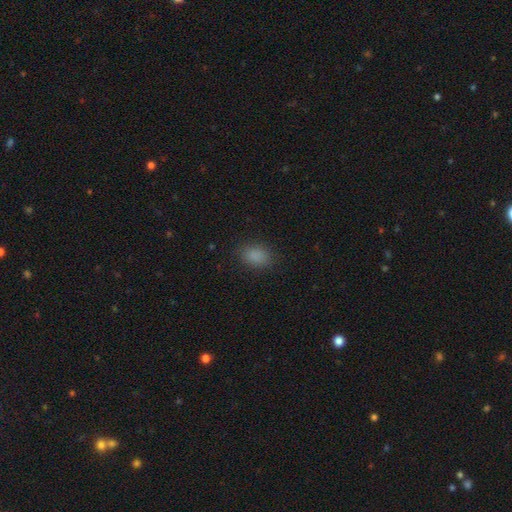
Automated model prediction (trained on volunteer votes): Morphology: type=smooth (85%); roundness=in between (81%); merging=none (84%).